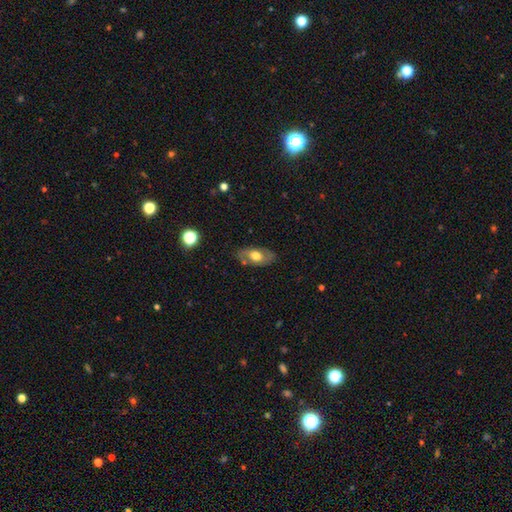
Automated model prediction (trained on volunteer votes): A smooth galaxy with no disk features (47%).

Vote fractions:
- Smooth or featured? smooth: 47% / featured or disk: 46% / star or artifact: 7%
- Merging? none: 77% / minor disturbance: 17% / major disturbance: 5% / merger: 2%